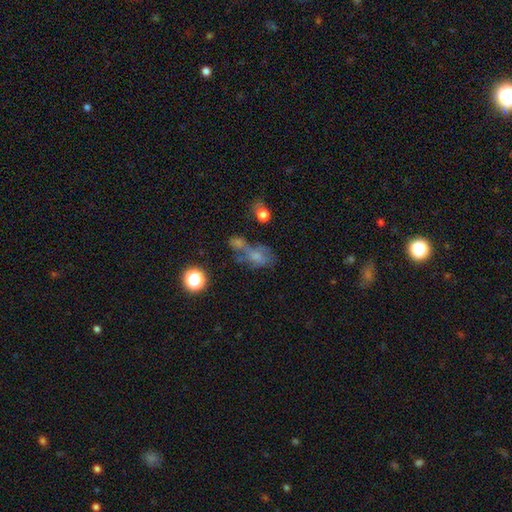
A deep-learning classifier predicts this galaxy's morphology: Smooth or featured: smooth — 53% (featured or disk — 27%)
How rounded: in between — 73% (round — 22%)
Merging: merger — 37% (none — 26%)